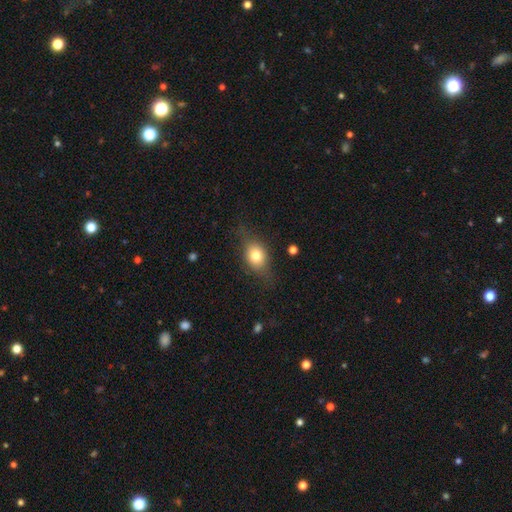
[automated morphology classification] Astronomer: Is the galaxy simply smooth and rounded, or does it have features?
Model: smooth — 69%.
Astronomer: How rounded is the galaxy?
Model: in between — 52% (runner-up: round, 44%).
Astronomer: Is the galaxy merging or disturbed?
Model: none — 66%.